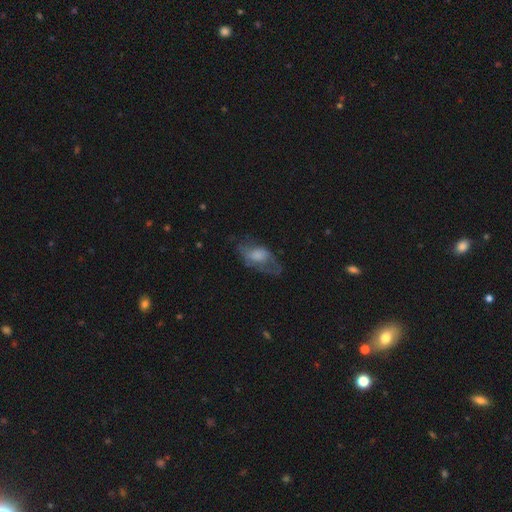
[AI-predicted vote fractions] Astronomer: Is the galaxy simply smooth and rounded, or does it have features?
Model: featured or disk — 46% (runner-up: smooth, 42%).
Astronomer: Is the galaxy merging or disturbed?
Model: none — 54%.